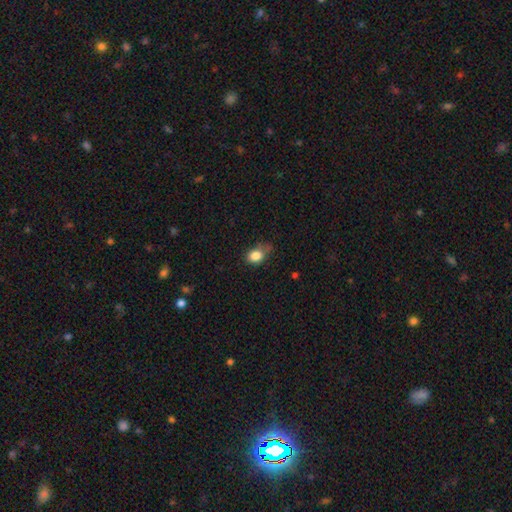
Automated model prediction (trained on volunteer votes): Q: Smooth or featured?
A: smooth (83%); runner-up: star or artifact (10%)
Q: How rounded?
A: in between (52%); runner-up: round (46%)
Q: Merging?
A: none (48%); runner-up: minor disturbance (37%)